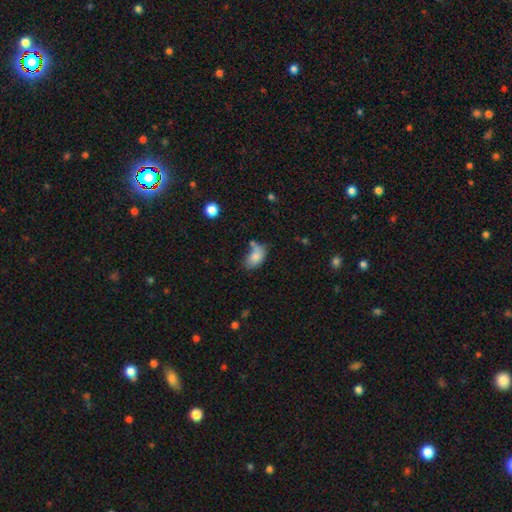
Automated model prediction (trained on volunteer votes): This is likely a smooth galaxy (79%). How rounded: clearly in between (90%). Merging: marginally none (43%).